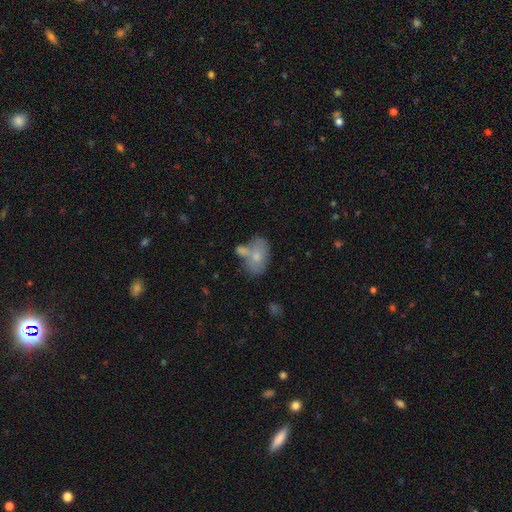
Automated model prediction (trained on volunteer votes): Overall: smooth (65%; featured or disk 27%). How rounded: in between (85%). Merging: merger (41%; none 33%).